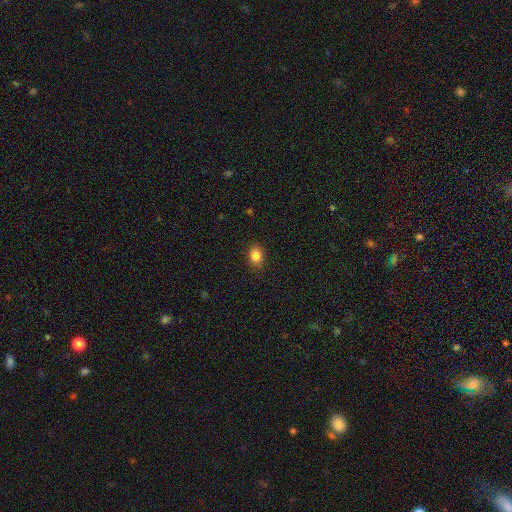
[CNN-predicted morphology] smooth-or-featured: smooth: 85% | star or artifact: 10% | featured or disk: 5%
  how-rounded: in between: 59% | round: 40% | cigar-shaped: 1%
  merging: none: 88% | minor disturbance: 9% | major disturbance: 2% | merger: 1%